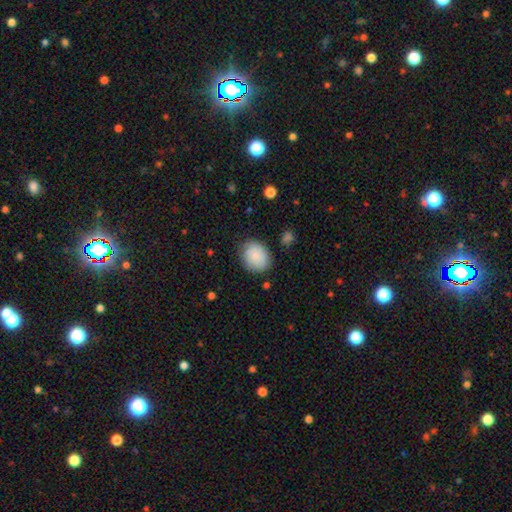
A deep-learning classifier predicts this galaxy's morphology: Smooth or featured? smooth (86%)
How rounded? round (54%)
Merging? none (79%)